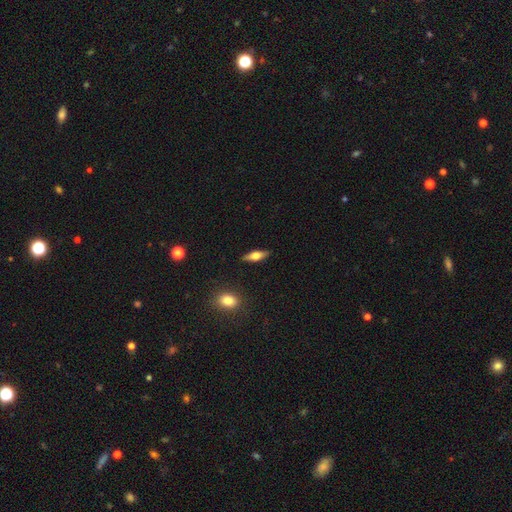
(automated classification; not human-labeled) A smooth galaxy with no disk features (47%, tied with featured or disk). Merging: none (89%).